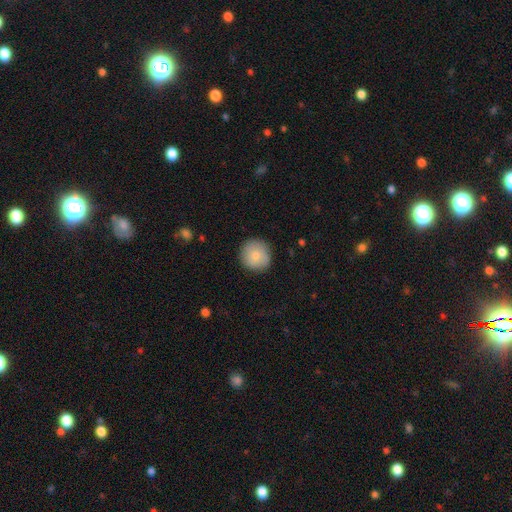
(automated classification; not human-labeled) Smooth or featured: smooth — 80% (featured or disk — 13%)
How rounded: round — 94% (in between — 5%)
Merging: none — 87% (minor disturbance — 10%)